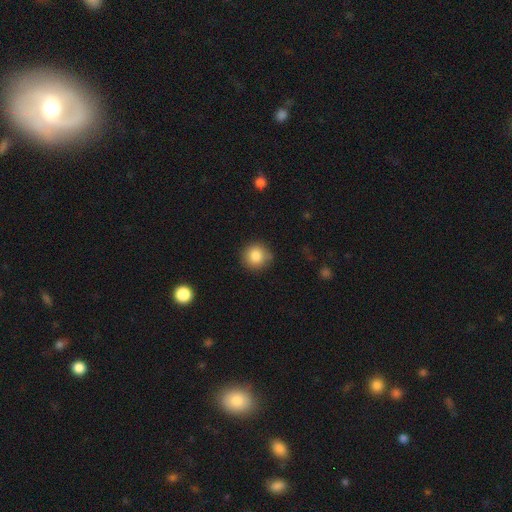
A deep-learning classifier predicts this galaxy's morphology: type=smooth (84%); roundness=round (92%); merging=none (84%).